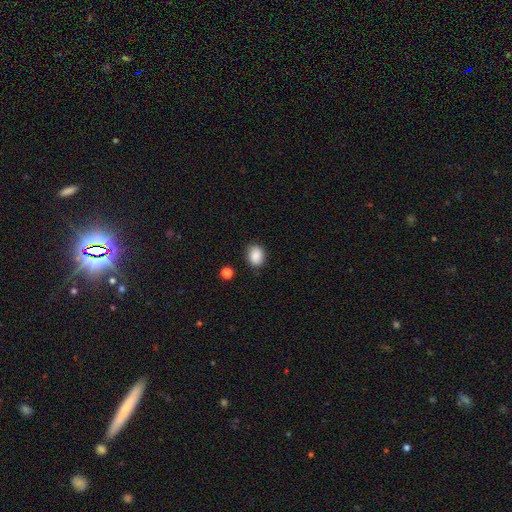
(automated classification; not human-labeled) smooth-or-featured: smooth: 88% | star or artifact: 9% | featured or disk: 3%
  how-rounded: in between: 59% | round: 40% | cigar-shaped: 1%
  merging: none: 83% | minor disturbance: 12% | major disturbance: 3% | merger: 2%